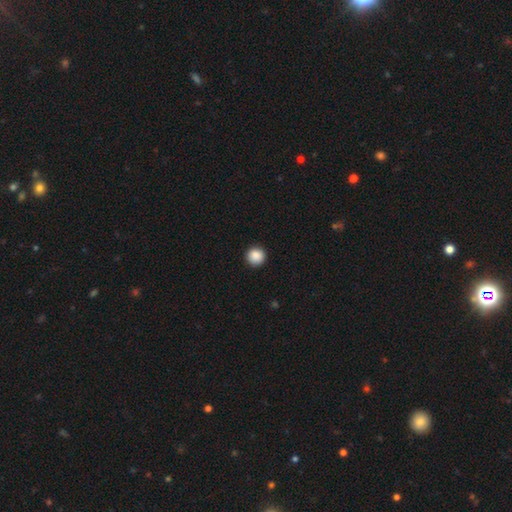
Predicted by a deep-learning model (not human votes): Overall: smooth (89%). How rounded: round (95%). Merging: none (93%).